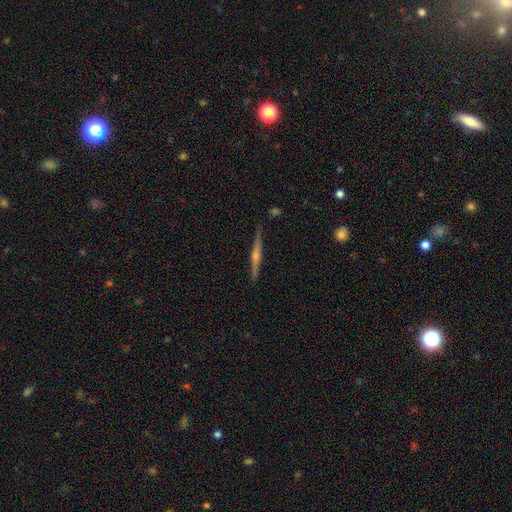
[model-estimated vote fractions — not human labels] The model was most divided on "smooth or featured": featured or disk: 79%, smooth: 15%, star or artifact: 6%. More confident: edge-on disk — yes (99%); merging — none (91%); edge-on bulge — rounded (83%).